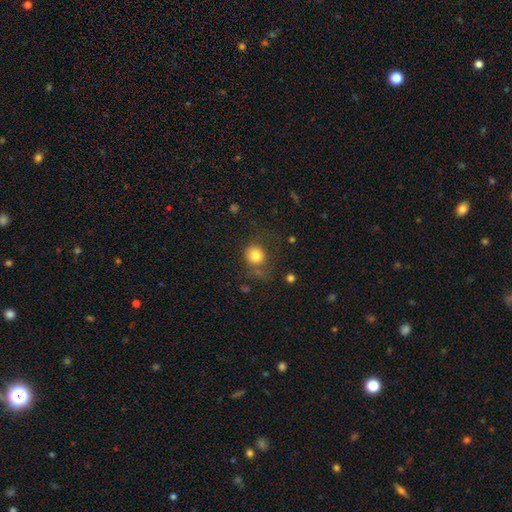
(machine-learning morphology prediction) type=smooth (80%); roundness=round (84%); merging=none (64%).